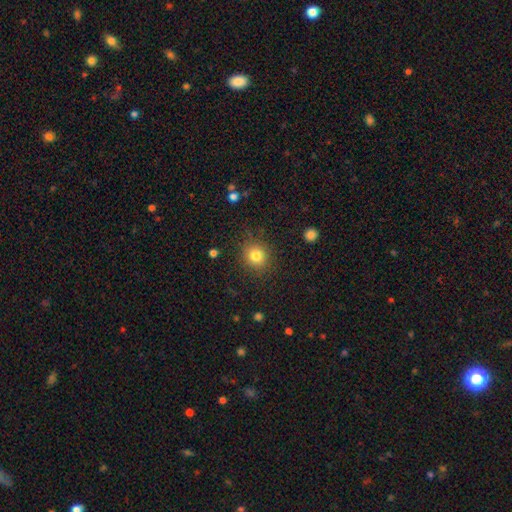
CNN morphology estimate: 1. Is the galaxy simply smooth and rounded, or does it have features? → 82% smooth, 12% star or artifact, 7% featured or disk.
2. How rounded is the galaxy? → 87% round, 12% in between, 1% cigar-shaped.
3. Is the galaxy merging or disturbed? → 87% none, 8% minor disturbance, 3% major disturbance, 1% merger.